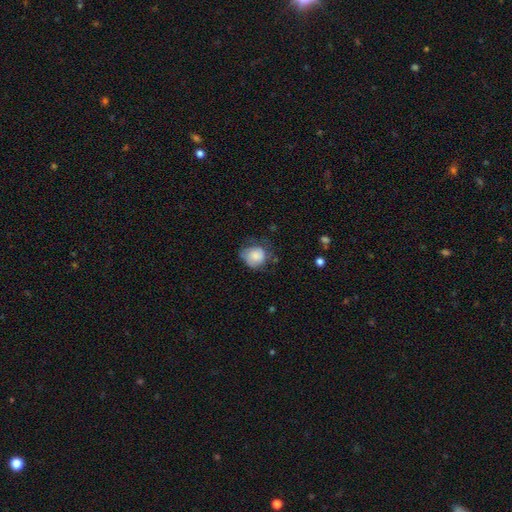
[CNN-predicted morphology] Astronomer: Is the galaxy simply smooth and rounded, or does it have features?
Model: smooth — 76%.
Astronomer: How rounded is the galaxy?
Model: round — 73%.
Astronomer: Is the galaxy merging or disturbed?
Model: none — 44% (runner-up: minor disturbance, 35%).